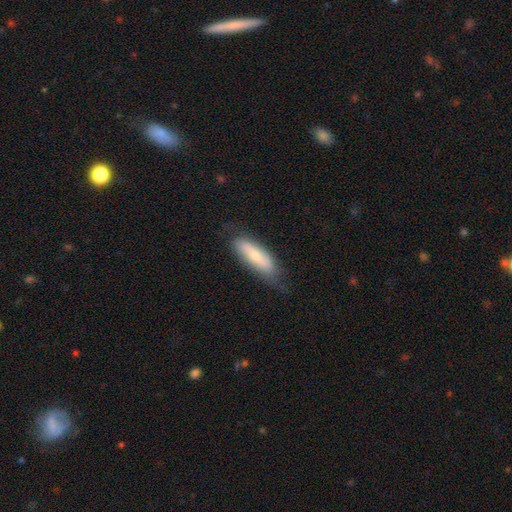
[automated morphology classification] smooth_or_featured: smooth (p=0.64) [alt: featured or disk p=0.30]
how_rounded: in between (p=0.51) [alt: cigar-shaped p=0.47]
merging: none (p=0.67) [alt: minor disturbance p=0.25]